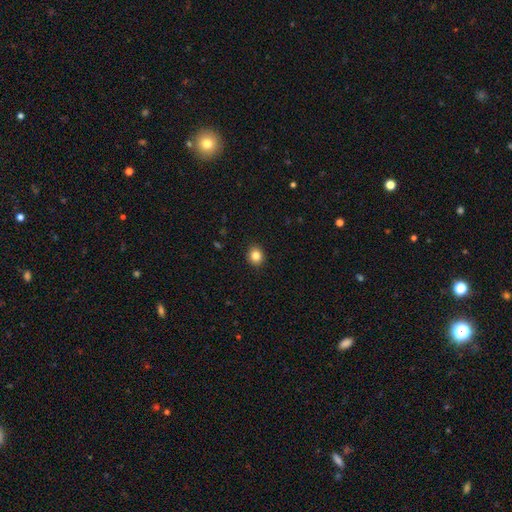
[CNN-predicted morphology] A smooth galaxy with no disk features (84%) that is round (74%).

Vote fractions:
- Smooth or featured? smooth: 84% / star or artifact: 10% / featured or disk: 5%
- How rounded? round: 74% / in between: 25% / cigar-shaped: 1%
- Merging? none: 91% / minor disturbance: 6% / major disturbance: 2% / merger: 1%